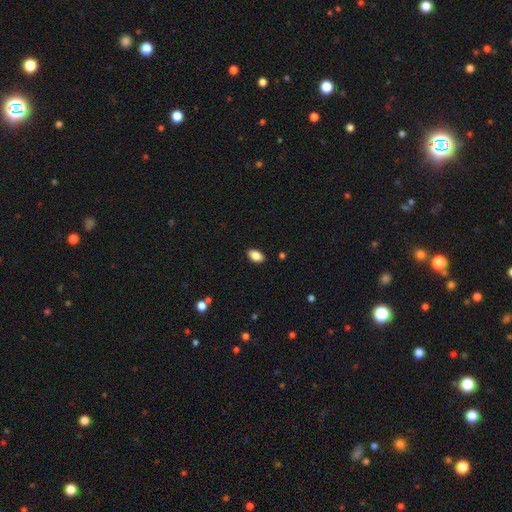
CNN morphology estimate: Smooth or featured? Predicted: smooth (p=0.87). How rounded? Predicted: in between (p=0.91). Merging? Predicted: none (p=0.88).